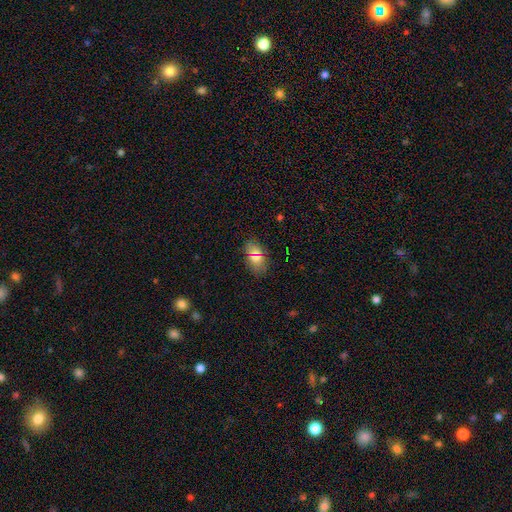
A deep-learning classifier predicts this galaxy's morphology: This is likely a smooth galaxy (71%). How rounded: clearly in between (88%). Merging: clearly none (85%).